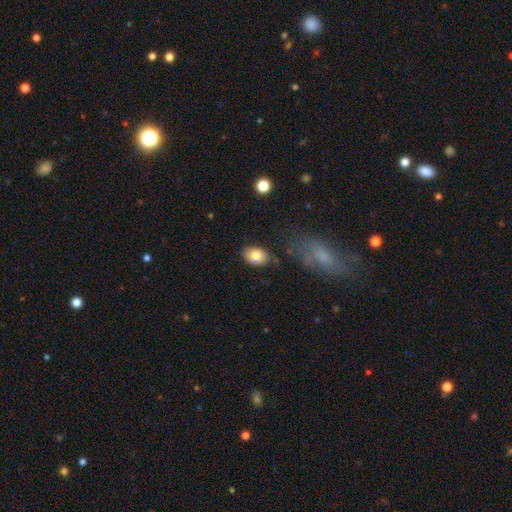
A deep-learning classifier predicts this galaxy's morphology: type=smooth (80%); roundness=in between (78%); merging=none (75%).